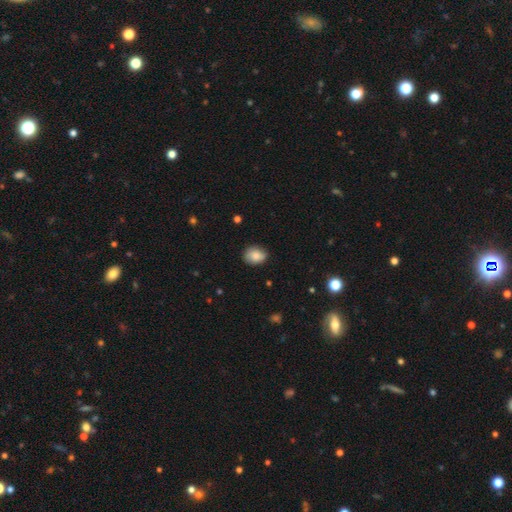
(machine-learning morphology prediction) Q: Smooth or featured?
A: smooth (83%); runner-up: featured or disk (9%)
Q: How rounded?
A: in between (54%); runner-up: round (45%)
Q: Merging?
A: none (78%); runner-up: minor disturbance (18%)